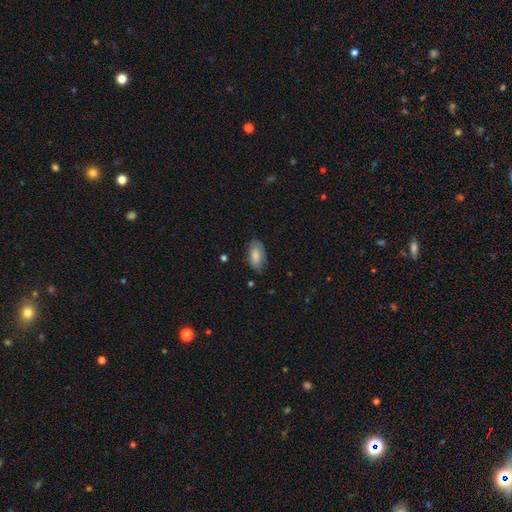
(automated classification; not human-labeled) Smooth or featured? smooth (81%)
How rounded? in between (92%)
Merging? none (76%)